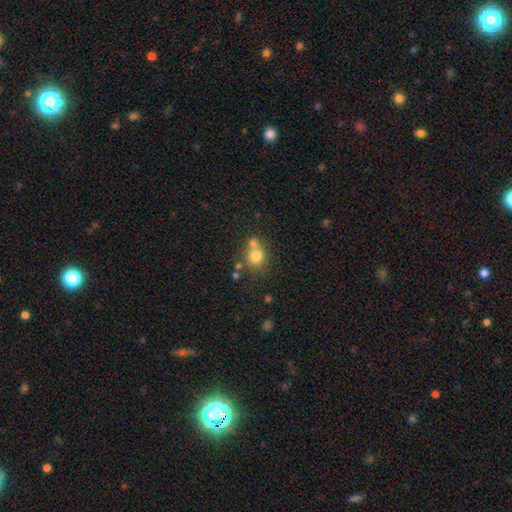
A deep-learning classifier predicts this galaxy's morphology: Smooth or featured? smooth (75%)
How rounded? round (83%)
Merging? none (47%)